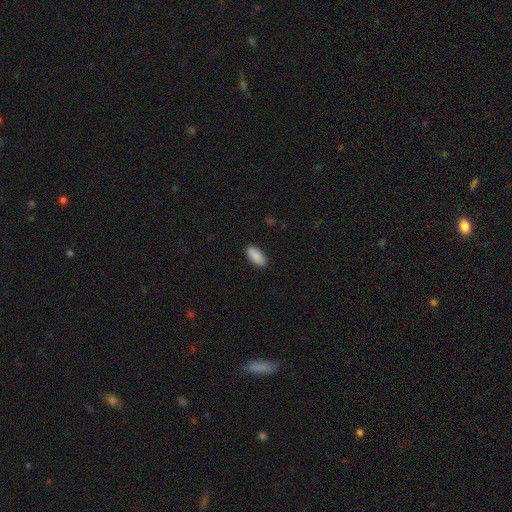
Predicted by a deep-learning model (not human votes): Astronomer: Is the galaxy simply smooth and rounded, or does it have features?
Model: smooth — 90%.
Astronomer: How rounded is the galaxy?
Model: in between — 87%.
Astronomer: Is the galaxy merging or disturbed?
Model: none — 89%.